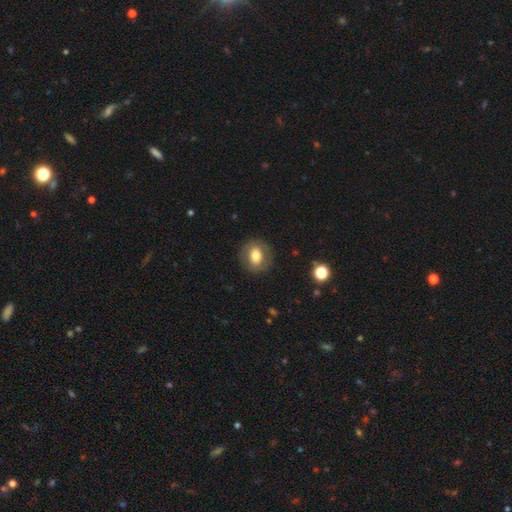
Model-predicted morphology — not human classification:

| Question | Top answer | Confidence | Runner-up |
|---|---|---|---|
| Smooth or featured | smooth | 65% | featured or disk (27%) |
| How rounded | round | 67% | in between (32%) |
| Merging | none | 84% | minor disturbance (10%) |